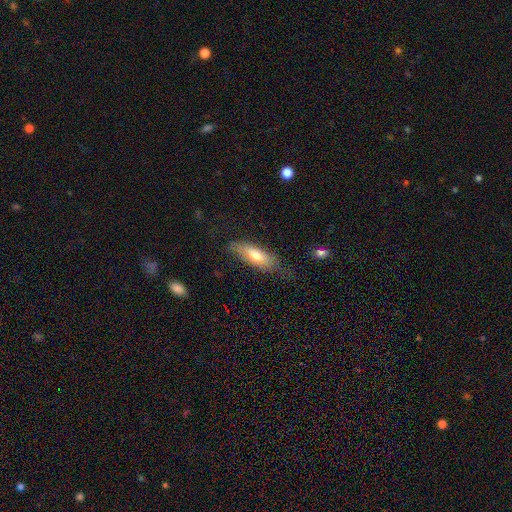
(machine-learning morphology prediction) Q: Smooth or featured?
A: smooth (67%); runner-up: featured or disk (27%)
Q: How rounded?
A: in between (65%); runner-up: cigar-shaped (32%)
Q: Merging?
A: none (62%); runner-up: minor disturbance (26%)